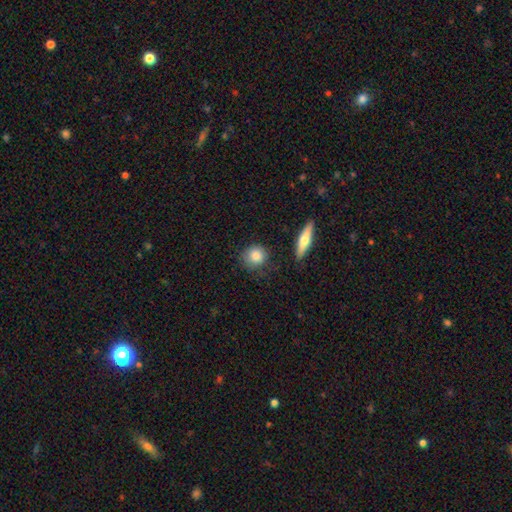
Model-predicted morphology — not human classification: smooth_or_featured: smooth (p=0.83) [alt: featured or disk p=0.10]
how_rounded: round (p=0.82) [alt: in between p=0.16]
merging: none (p=0.76) [alt: minor disturbance p=0.16]